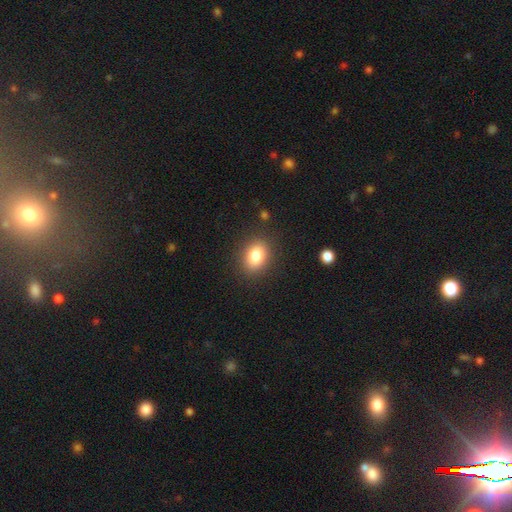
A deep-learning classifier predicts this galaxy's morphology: This appears to be a smooth galaxy with no disk features (82%) that is in between round and cigar-shaped (62%). Merging: none (87%).